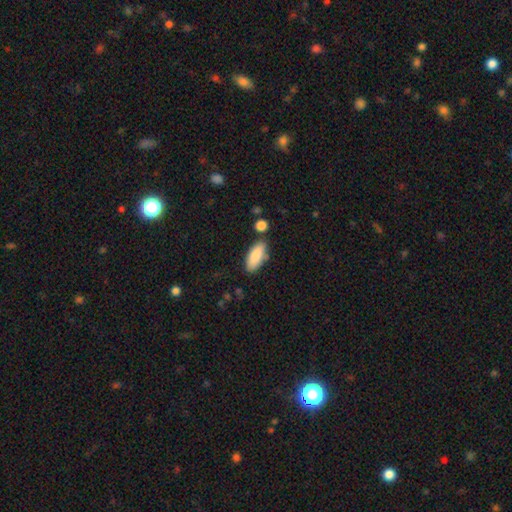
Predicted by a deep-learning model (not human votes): This is clearly a smooth galaxy (86%). How rounded: clearly in between (82%). Merging: likely none (77%).